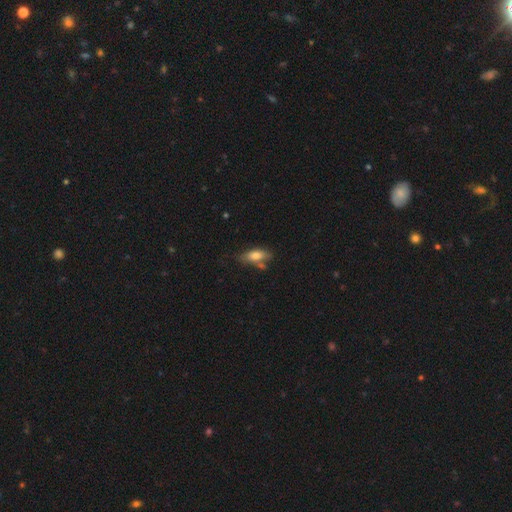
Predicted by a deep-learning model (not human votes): Smooth or featured: smooth — 73% (featured or disk — 20%)
How rounded: in between — 73% (cigar-shaped — 24%)
Merging: none — 56% (minor disturbance — 23%)